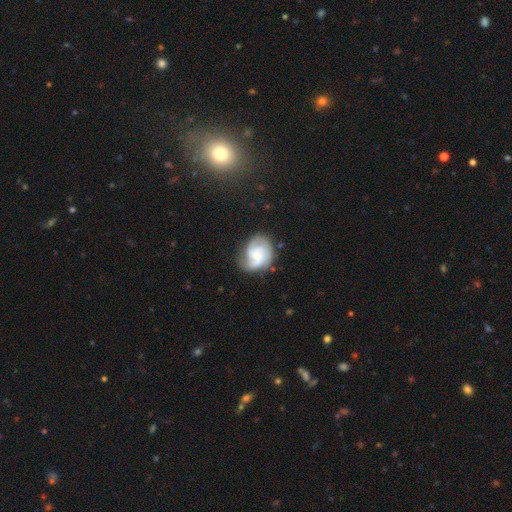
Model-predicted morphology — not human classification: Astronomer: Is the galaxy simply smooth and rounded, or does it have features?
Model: featured or disk — 76%.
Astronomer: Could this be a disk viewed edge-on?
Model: no — 98%.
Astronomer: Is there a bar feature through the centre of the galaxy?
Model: no — 61%.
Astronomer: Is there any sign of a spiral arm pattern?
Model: yes — 94%.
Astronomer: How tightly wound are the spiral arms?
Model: medium — 45% (runner-up: tight, 37%).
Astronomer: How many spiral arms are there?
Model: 2 — 41% (runner-up: 3, 29%).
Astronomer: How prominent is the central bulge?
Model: small — 54% (runner-up: moderate, 35%).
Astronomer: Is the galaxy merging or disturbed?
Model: none — 61%.